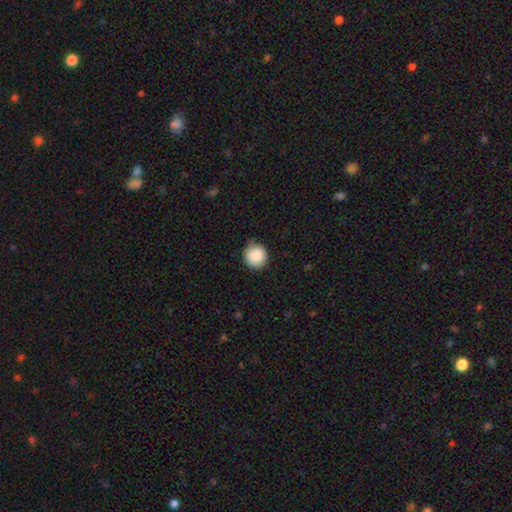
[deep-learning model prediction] The model was most divided on "merging": none: 77%, minor disturbance: 18%, major disturbance: 3%, merger: 1%. More confident: how rounded — round (94%); smooth or featured — smooth (89%).